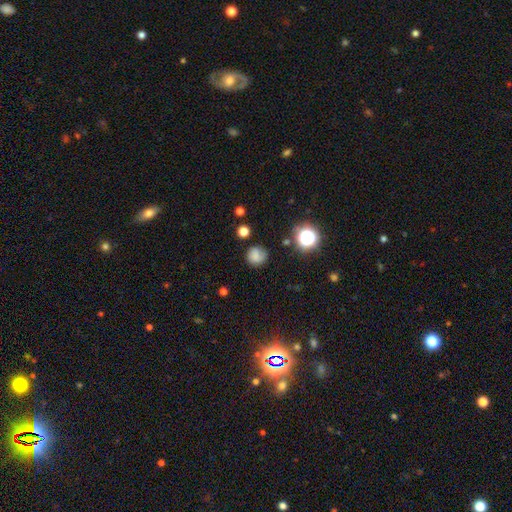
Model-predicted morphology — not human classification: Smooth or featured?
  - smooth: 72% *
  - star or artifact: 16%
  - featured or disk: 12%
How rounded?
  - round: 85% *
  - in between: 14%
  - cigar-shaped: 1%
Merging?
  - none: 70% *
  - minor disturbance: 19%
  - major disturbance: 7%
  - merger: 4%